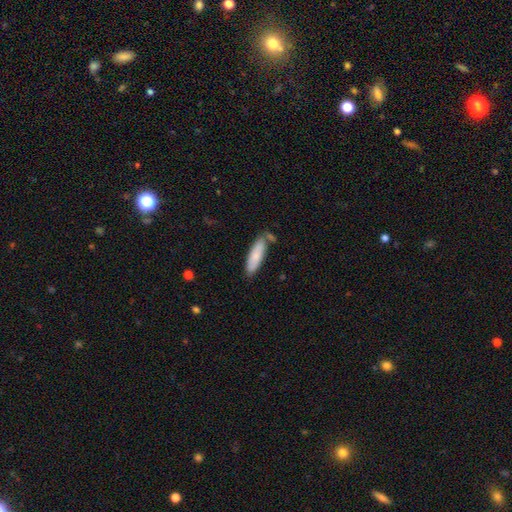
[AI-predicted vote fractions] This appears to be a smooth galaxy with no disk features (79%) that is cigar-shaped (53%). Merging: none (68%).